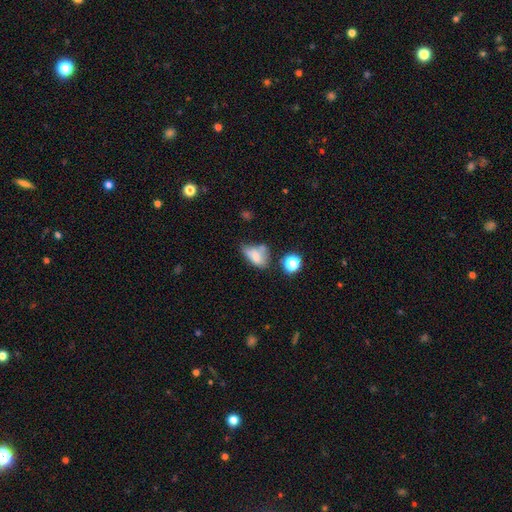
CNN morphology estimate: smooth 63%, featured or disk 24%, star or artifact 13%. Down the decision tree: how rounded — in between (80%); merging — minor disturbance (31%).